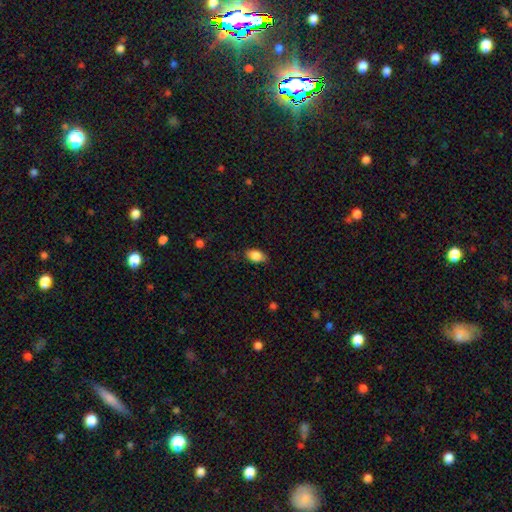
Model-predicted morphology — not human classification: Smooth or featured: smooth — 86% (star or artifact — 8%)
How rounded: in between — 87% (round — 10%)
Merging: none — 78% (minor disturbance — 17%)